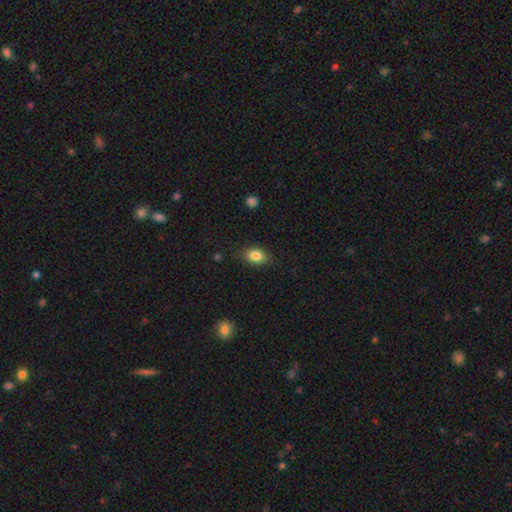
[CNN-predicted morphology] smooth_or_featured: smooth (p=0.84) [alt: star or artifact p=0.09]
how_rounded: in between (p=0.79) [alt: round p=0.19]
merging: none (p=0.83) [alt: minor disturbance p=0.13]